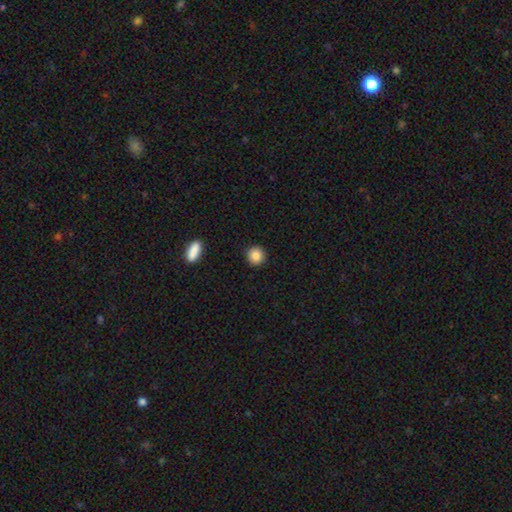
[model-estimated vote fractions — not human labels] Q: Smooth or featured?
A: smooth (85%); runner-up: star or artifact (9%)
Q: How rounded?
A: round (92%); runner-up: in between (7%)
Q: Merging?
A: none (92%); runner-up: minor disturbance (5%)